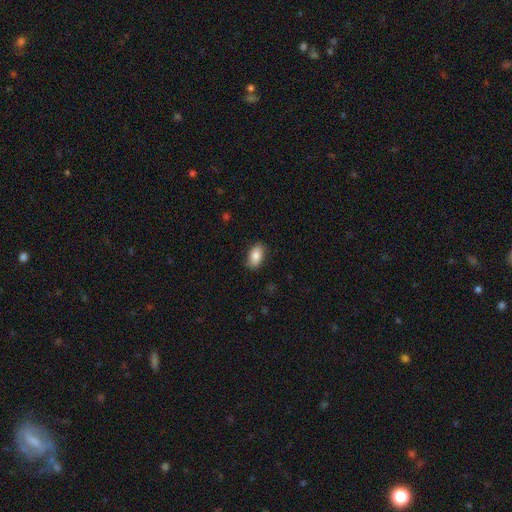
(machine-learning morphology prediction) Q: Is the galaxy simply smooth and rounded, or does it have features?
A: smooth — 85%.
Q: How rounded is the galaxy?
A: in between — 92%.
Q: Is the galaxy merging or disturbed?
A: none — 85%.